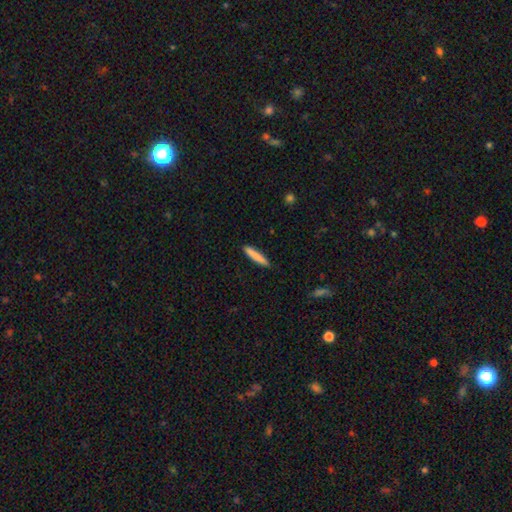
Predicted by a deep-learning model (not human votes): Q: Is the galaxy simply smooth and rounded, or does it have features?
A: smooth — 84%.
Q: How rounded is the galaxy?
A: cigar-shaped — 92%.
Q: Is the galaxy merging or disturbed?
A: none — 90%.